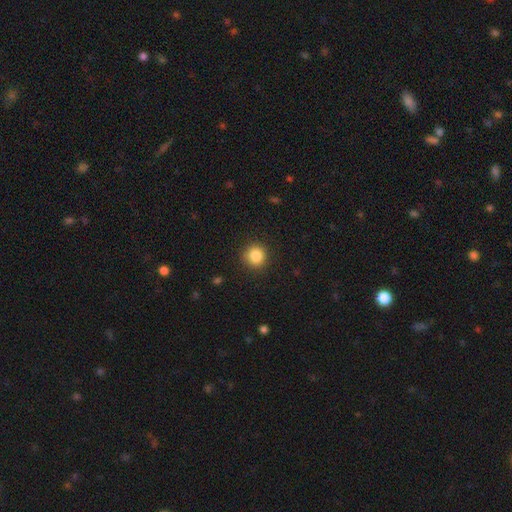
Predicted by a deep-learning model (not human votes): Morphology: type=smooth (85%); roundness=round (93%); merging=none (89%).